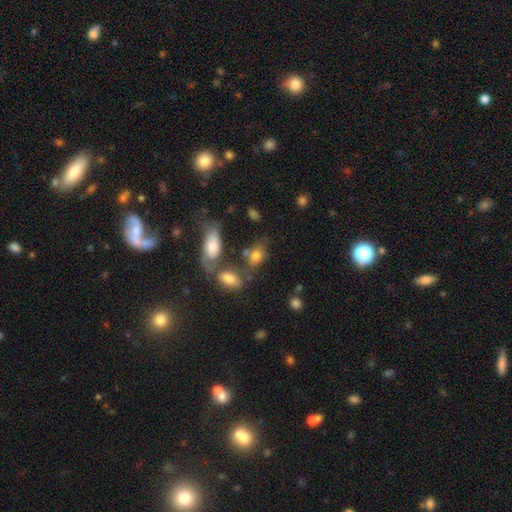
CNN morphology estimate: smooth_or_featured: smooth (p=0.75) [alt: featured or disk p=0.15]
how_rounded: in between (p=0.76) [alt: round p=0.20]
merging: none (p=0.44) [alt: merger p=0.29]